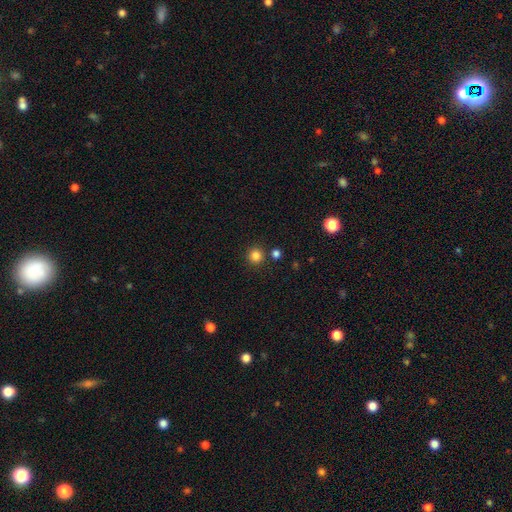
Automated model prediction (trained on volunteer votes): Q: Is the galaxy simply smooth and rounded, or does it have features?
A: smooth — 83%.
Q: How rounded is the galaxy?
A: round — 95%.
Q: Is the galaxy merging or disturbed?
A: none — 86%.